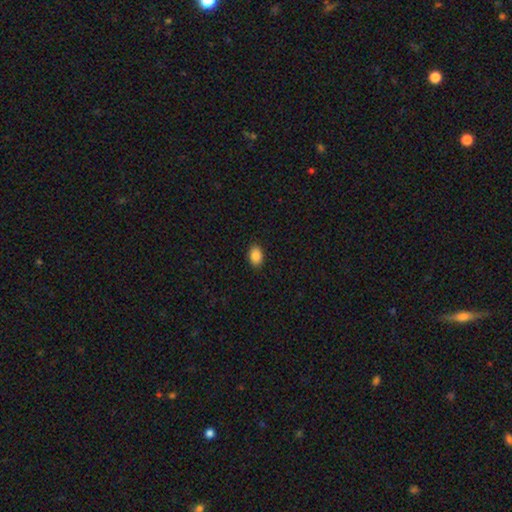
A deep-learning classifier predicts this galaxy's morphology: A smooth galaxy with no disk features (87%) that is in between round and cigar-shaped (82%). Merging: none (90%).